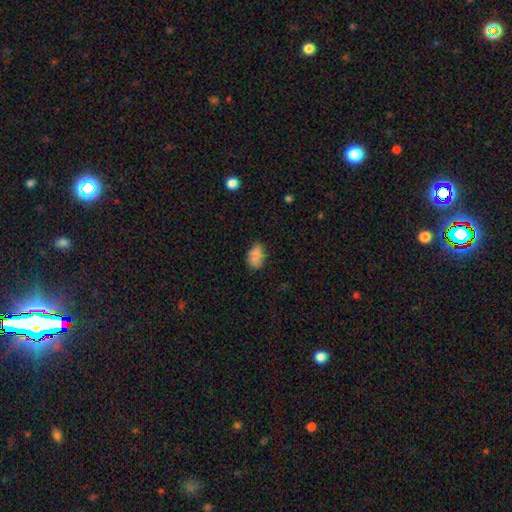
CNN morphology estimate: Q: Smooth or featured?
A: smooth (85%); runner-up: star or artifact (9%)
Q: How rounded?
A: in between (89%); runner-up: round (9%)
Q: Merging?
A: none (73%); runner-up: minor disturbance (21%)